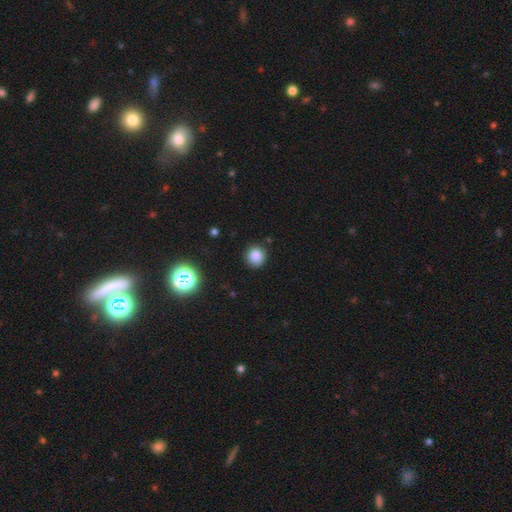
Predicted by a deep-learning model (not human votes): Overall: smooth (83%). How rounded: round (90%). Merging: none (89%).